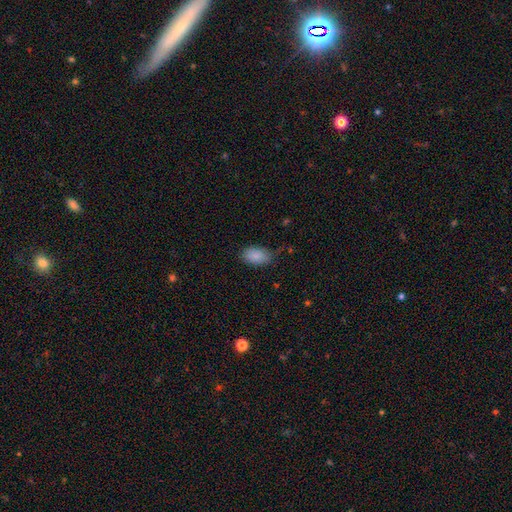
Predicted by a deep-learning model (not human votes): Overall: smooth (87%). How rounded: in between (93%). Merging: none (69%).